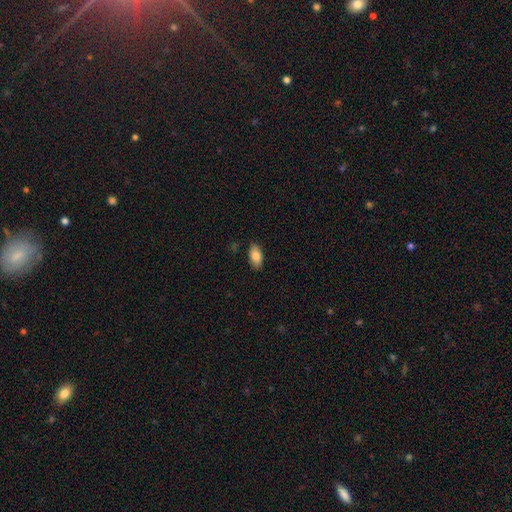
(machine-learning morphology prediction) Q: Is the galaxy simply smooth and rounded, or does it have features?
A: smooth — 85%.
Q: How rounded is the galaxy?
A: in between — 92%.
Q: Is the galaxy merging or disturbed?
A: none — 86%.